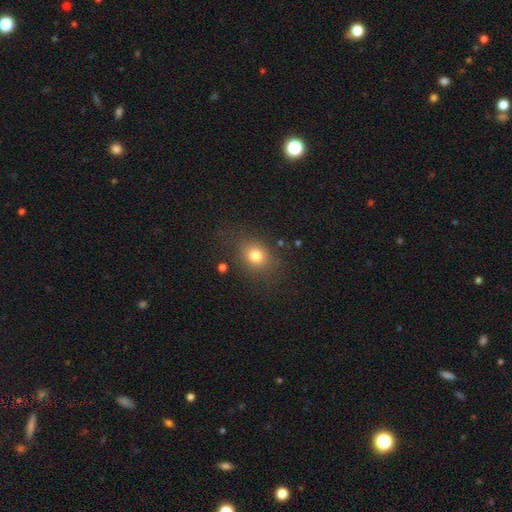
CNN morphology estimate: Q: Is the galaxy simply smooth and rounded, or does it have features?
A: smooth — 78%.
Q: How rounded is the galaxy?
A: round — 52%.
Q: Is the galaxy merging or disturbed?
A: none — 77%.